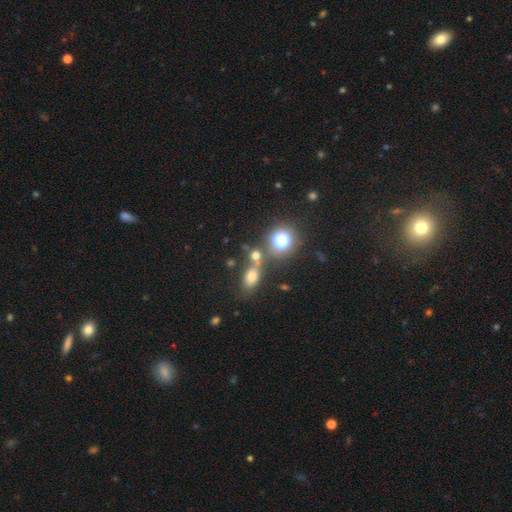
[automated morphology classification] smooth_or_featured: smooth (p=0.62) [alt: star or artifact p=0.26]
how_rounded: round (p=0.51) [alt: in between p=0.46]
merging: none (p=0.52) [alt: merger p=0.33]